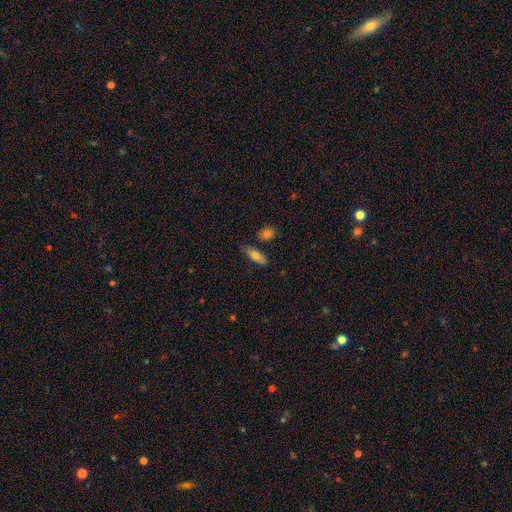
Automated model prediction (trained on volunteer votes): This appears to be a smooth galaxy with no disk features (73%) that is in between round and cigar-shaped (54%). Merging: none (71%).